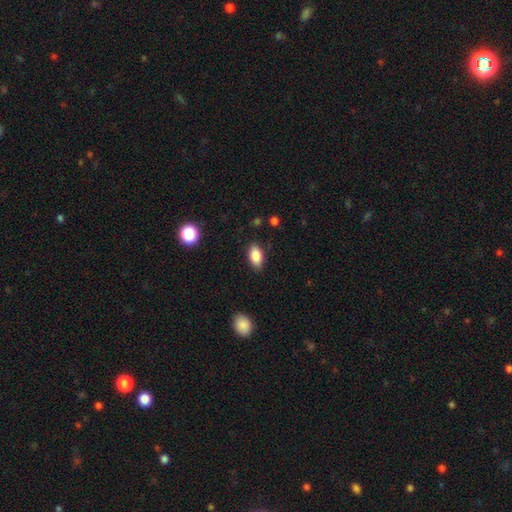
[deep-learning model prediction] Morphology: type=smooth (85%); roundness=in between (90%); merging=none (85%).